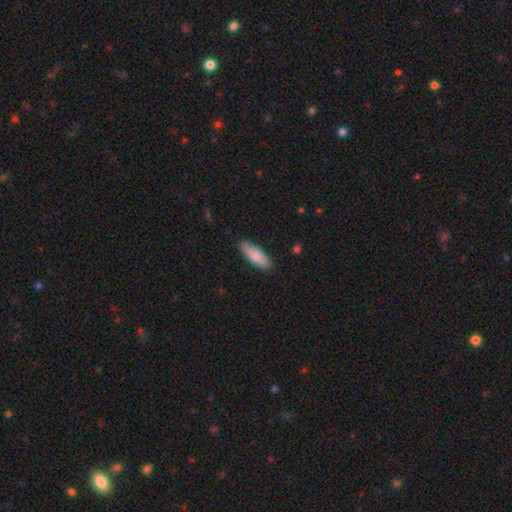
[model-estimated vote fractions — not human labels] Morphology: type=smooth (84%); roundness=in between (64%); merging=none (84%).